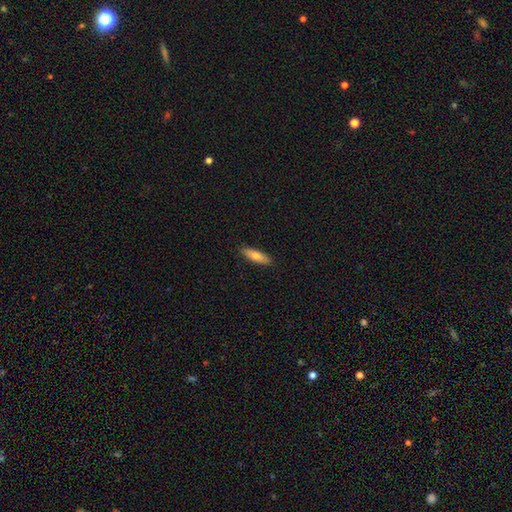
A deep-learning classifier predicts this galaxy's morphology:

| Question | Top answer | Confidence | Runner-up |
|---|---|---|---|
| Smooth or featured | smooth | 75% | featured or disk (19%) |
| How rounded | cigar-shaped | 55% | in between (43%) |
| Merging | none | 89% | minor disturbance (8%) |